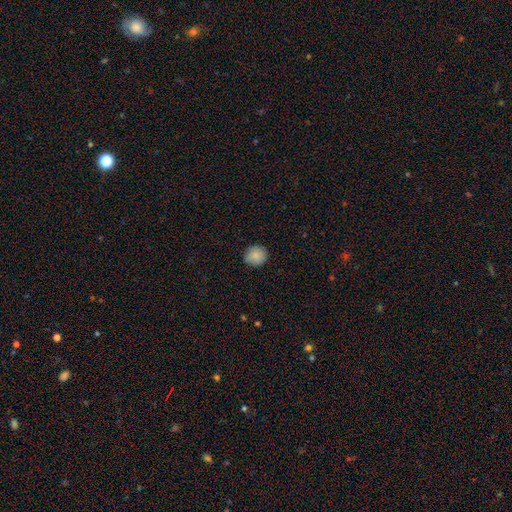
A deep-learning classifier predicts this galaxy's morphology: A smooth galaxy with no disk features (87%) that is round (89%). Merging: none (86%).